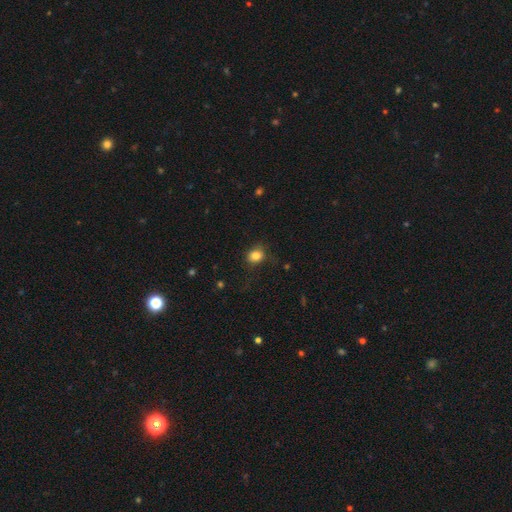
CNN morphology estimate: Smooth or featured? Predicted: smooth (p=0.83). How rounded? Predicted: round (p=0.69). Merging? Predicted: none (p=0.74).